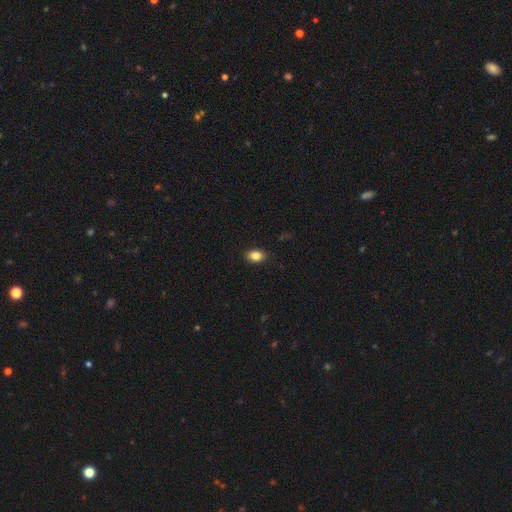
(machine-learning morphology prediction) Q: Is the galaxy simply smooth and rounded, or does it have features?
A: smooth — 85%.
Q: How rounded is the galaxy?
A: in between — 80%.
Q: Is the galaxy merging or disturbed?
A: none — 89%.